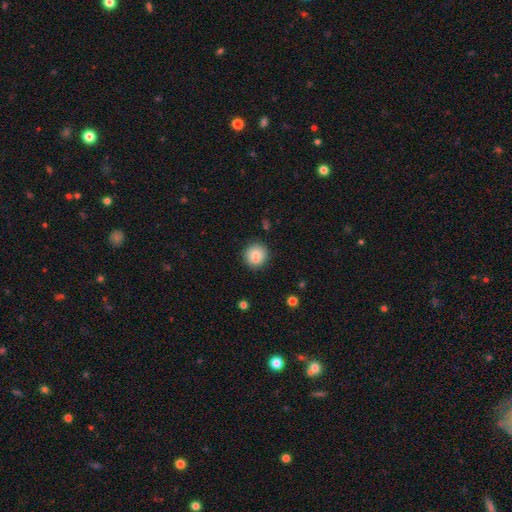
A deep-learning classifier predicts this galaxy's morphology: This is likely a smooth galaxy (78%). How rounded: clearly round (92%). Merging: likely none (75%).